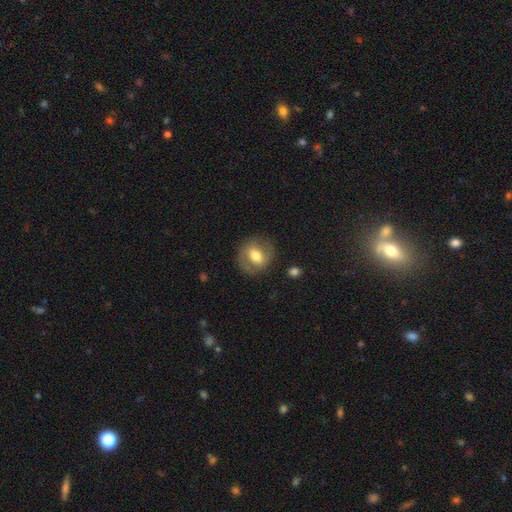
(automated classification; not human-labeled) Overall: smooth (52%; featured or disk 40%). How rounded: round (62%; in between 37%). Merging: none (79%).